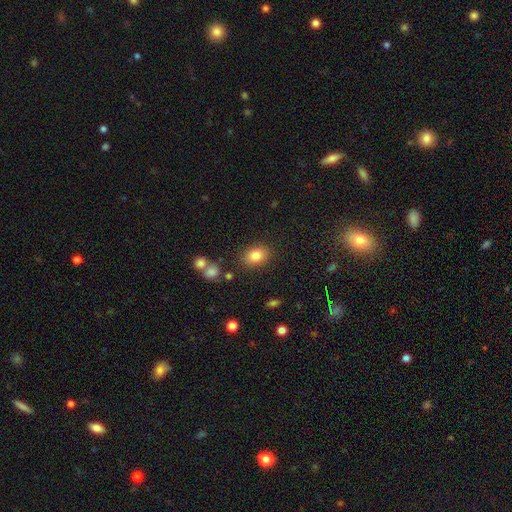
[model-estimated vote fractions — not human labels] This is clearly a smooth galaxy (82%). How rounded: likely in between (68%). Merging: clearly none (83%).